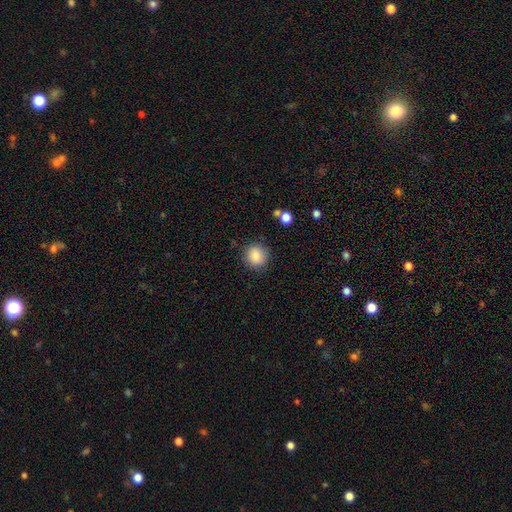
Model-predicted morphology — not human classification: Smooth or featured? Predicted: smooth (p=0.87). How rounded? Predicted: round (p=0.89). Merging? Predicted: none (p=0.88).